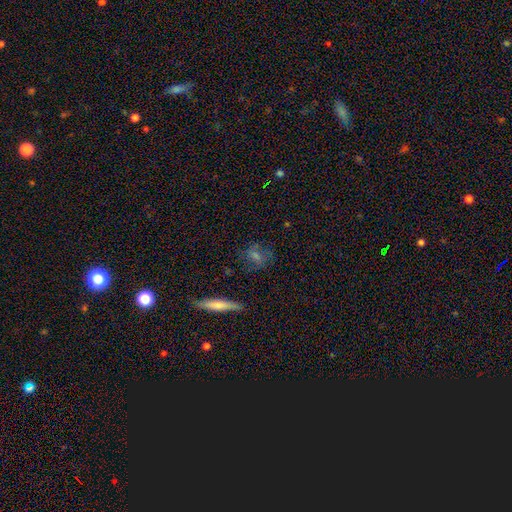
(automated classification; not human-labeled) smooth-or-featured: smooth: 43% | featured or disk: 39% | star or artifact: 19%
  merging: none: 77% | minor disturbance: 15% | major disturbance: 5% | merger: 2%